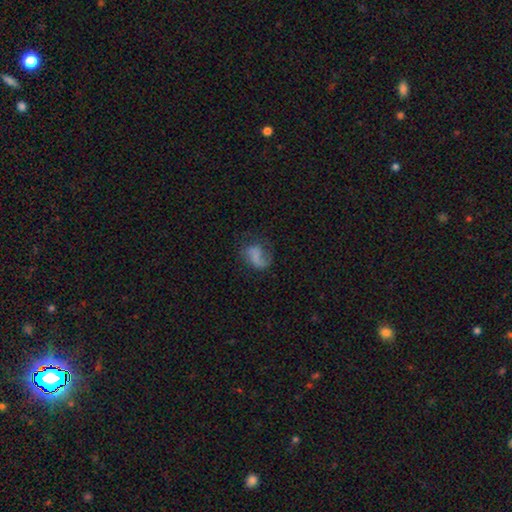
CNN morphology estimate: Smooth or featured? Predicted: featured or disk (p=0.48). Merging? Predicted: none (p=0.43).